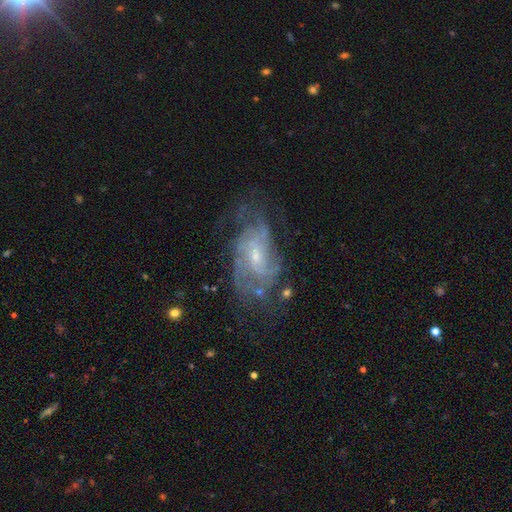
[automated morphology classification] Overall: featured or disk (82%). Edge-on disk: no (96%). Bar: no (50%; weak 42%). Spiral arms: yes (90%). Spiral arm count: can't tell (39%; 2 21%). Spiral winding: tight (46%; medium 41%). Bulge size: small (68%). Merging: none (60%; minor disturbance 21%).